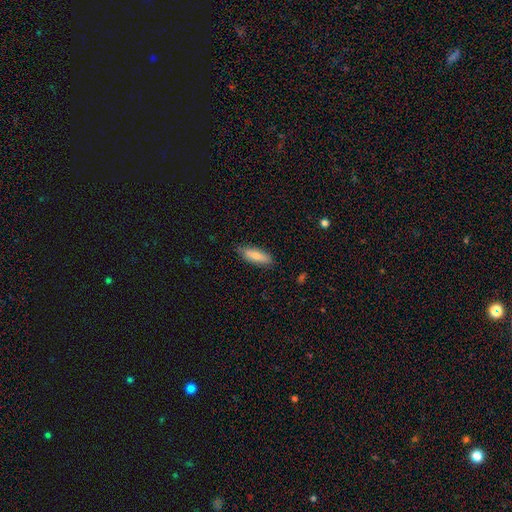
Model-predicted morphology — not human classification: type=smooth (76%); roundness=in between (60%); merging=none (82%).